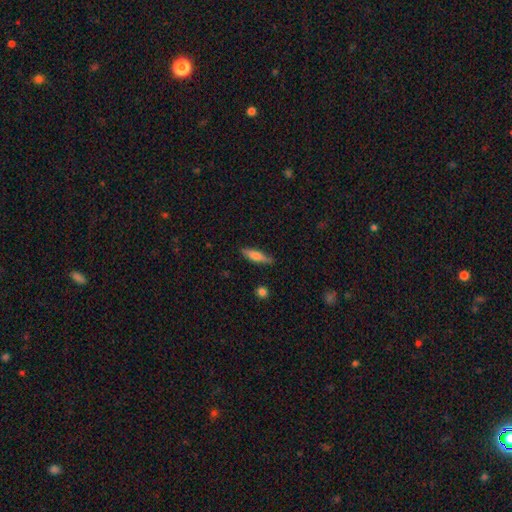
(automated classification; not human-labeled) The model was most divided on "smooth or featured": smooth: 62%, featured or disk: 32%, star or artifact: 7%. More confident: merging — none (83%); how rounded — cigar-shaped (70%).